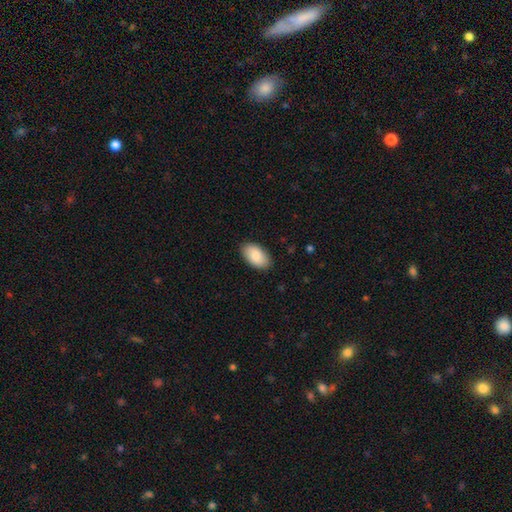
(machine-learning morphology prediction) Smooth or featured: smooth — 85% (featured or disk — 9%)
How rounded: in between — 95% (round — 4%)
Merging: none — 88% (minor disturbance — 9%)